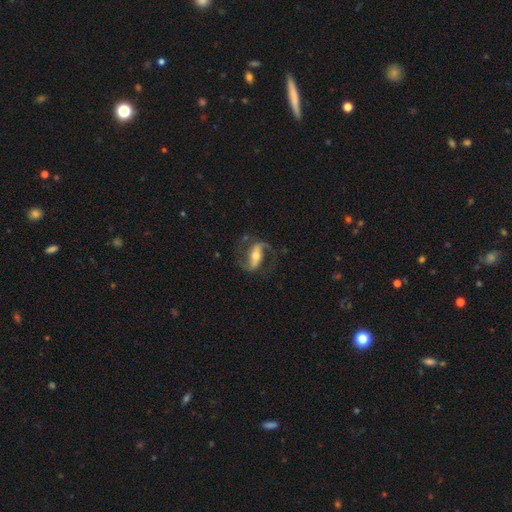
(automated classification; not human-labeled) smooth-or-featured: featured or disk: 82% | smooth: 12% | star or artifact: 6%
  disk-edge-on: no: 91% | yes: 9%
    bar: strong: 59% | weak: 24% | no: 17%
    has-spiral-arms: yes: 93% | no: 7%
      spiral-winding: medium: 45% | loose: 41% | tight: 13%
      spiral-arm-count: 2: 90% | 1: 4% | can't tell: 3% | 3: 1% | 4: 1% | more than 4: 1%
    bulge-size: moderate: 62% | small: 27% | large: 8% | none: 2% | dominant: 1%
  merging: none: 70% | minor disturbance: 15% | major disturbance: 13% | merger: 2%